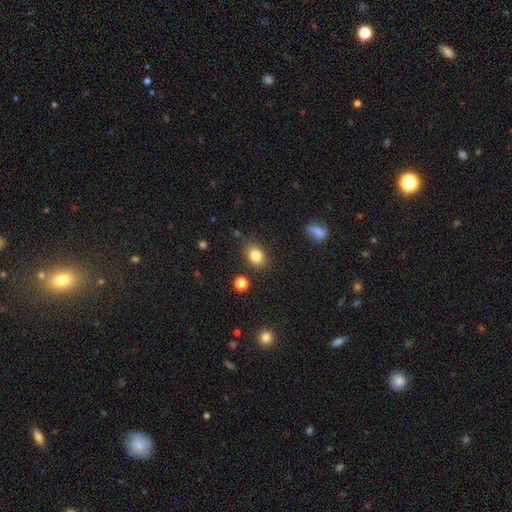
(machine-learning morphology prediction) This appears to be a smooth galaxy with no disk features (82%) that is in between round and cigar-shaped (64%). Merging: none (79%).